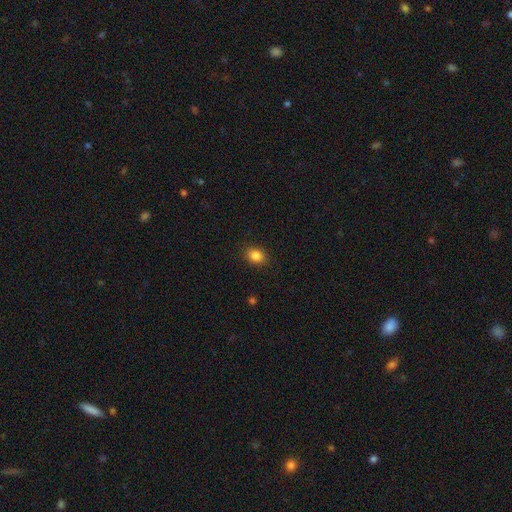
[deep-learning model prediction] smooth 85%, star or artifact 10%, featured or disk 4%. Down the decision tree: how rounded — in between (58%); merging — none (88%).